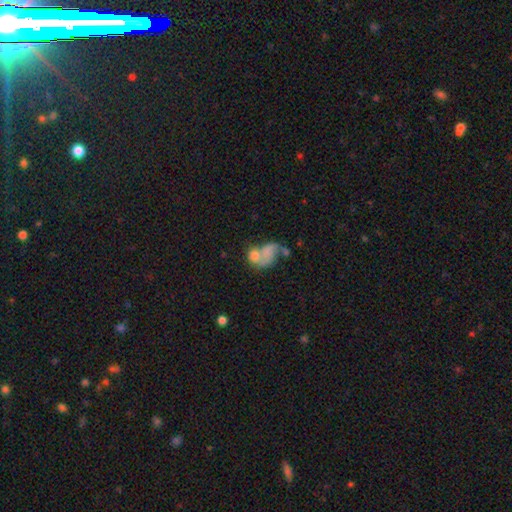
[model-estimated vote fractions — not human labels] The model was most divided on "smooth or featured": smooth: 60%, featured or disk: 29%, star or artifact: 10%. More confident: how rounded — in between (66%); merging — merger (61%).